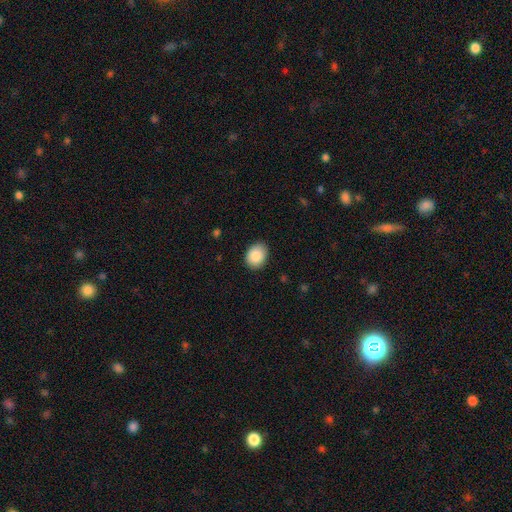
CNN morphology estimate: Overall: smooth (89%). How rounded: in between (64%; round 35%). Merging: none (87%).